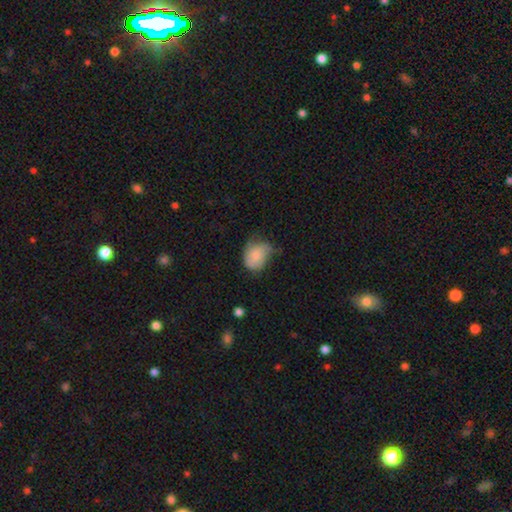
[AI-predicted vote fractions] Smooth or featured? Predicted: smooth (p=0.74). How rounded? Predicted: in between (p=0.59). Merging? Predicted: minor disturbance (p=0.43).